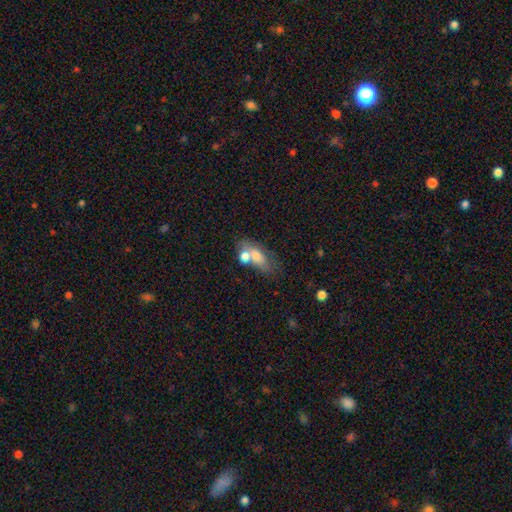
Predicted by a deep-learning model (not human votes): The model was most divided on "merging": none: 41%, merger: 35%, minor disturbance: 15%, major disturbance: 8%. More confident: how rounded — in between (76%); smooth or featured — smooth (63%).